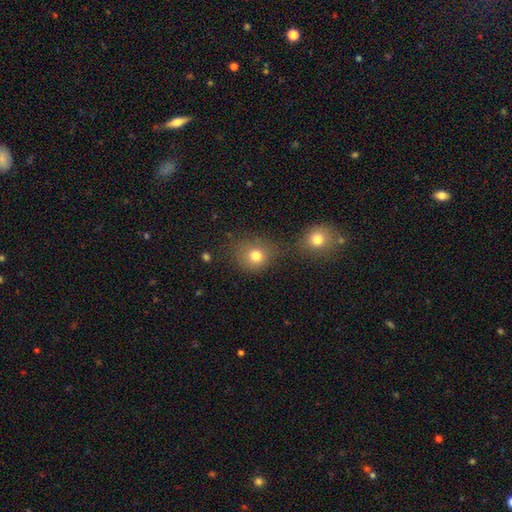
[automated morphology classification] Q: Smooth or featured?
A: smooth (78%); runner-up: star or artifact (14%)
Q: How rounded?
A: round (77%); runner-up: in between (22%)
Q: Merging?
A: none (61%); runner-up: merger (21%)